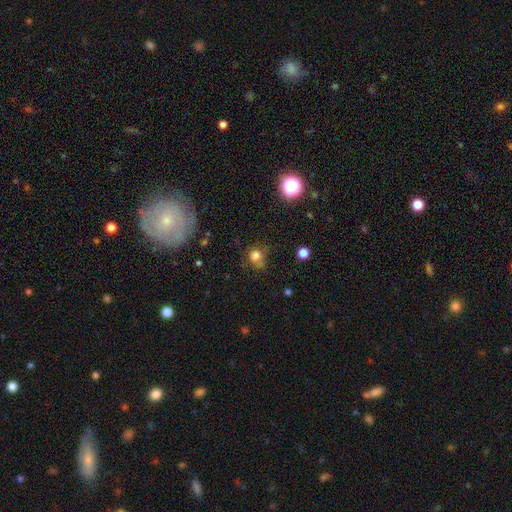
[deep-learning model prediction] This is likely a smooth galaxy (73%). How rounded: likely round (73%). Merging: possibly none (52%).